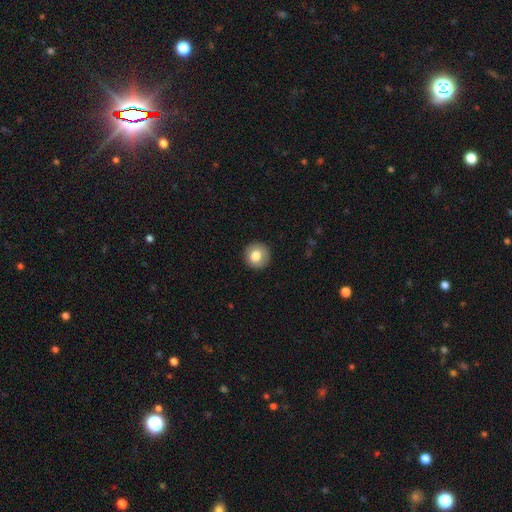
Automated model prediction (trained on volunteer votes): This appears to be a smooth galaxy with no disk features (77%) that is round (95%). Merging: none (91%).